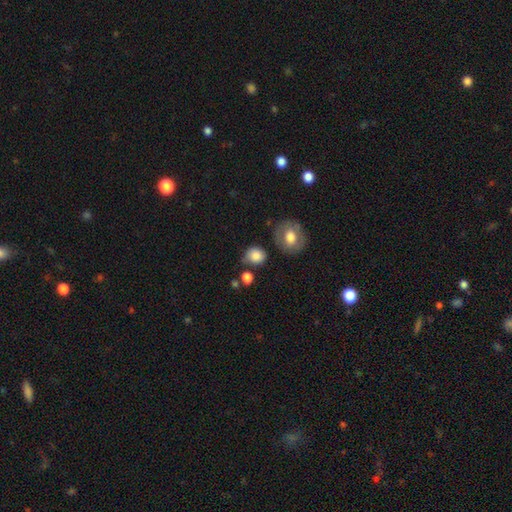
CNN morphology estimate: A smooth galaxy with no disk features (83%) that is round (73%). Merging: none (66%).